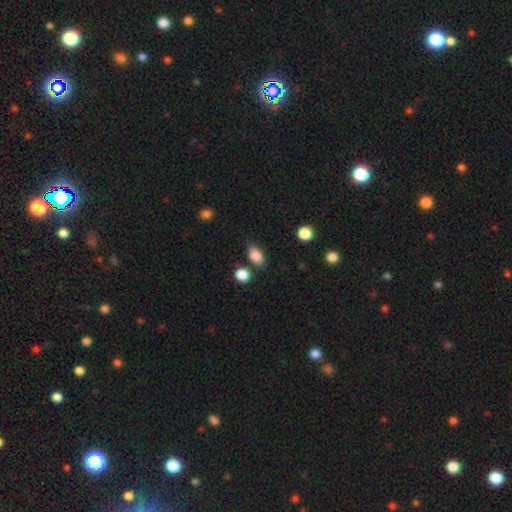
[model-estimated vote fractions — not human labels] Morphology: type=smooth (85%); roundness=in between (85%); merging=none (73%).